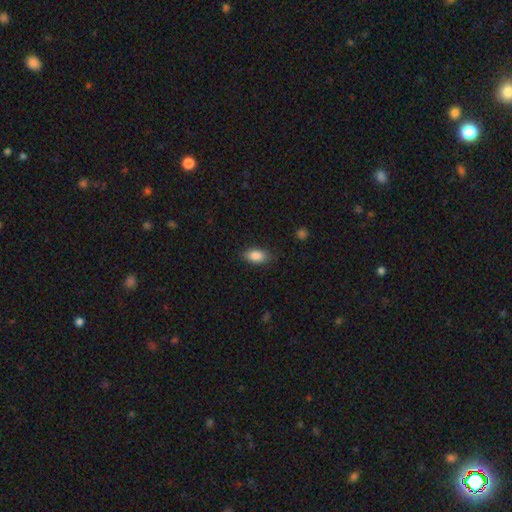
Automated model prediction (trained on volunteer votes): A smooth galaxy with no disk features (88%) that is in between round and cigar-shaped (91%).

Vote fractions:
- Smooth or featured? smooth: 88% / star or artifact: 7% / featured or disk: 5%
- How rounded? in between: 91% / round: 5% / cigar-shaped: 4%
- Merging? none: 85% / minor disturbance: 12% / major disturbance: 3% / merger: 1%